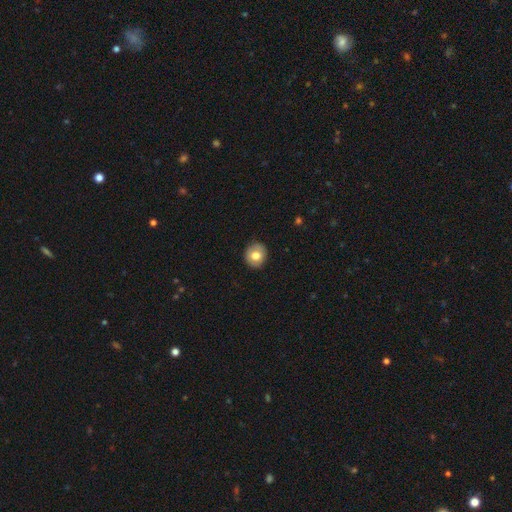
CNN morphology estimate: Smooth or featured: smooth — 75% (featured or disk — 17%)
How rounded: round — 83% (in between — 16%)
Merging: none — 89% (minor disturbance — 9%)